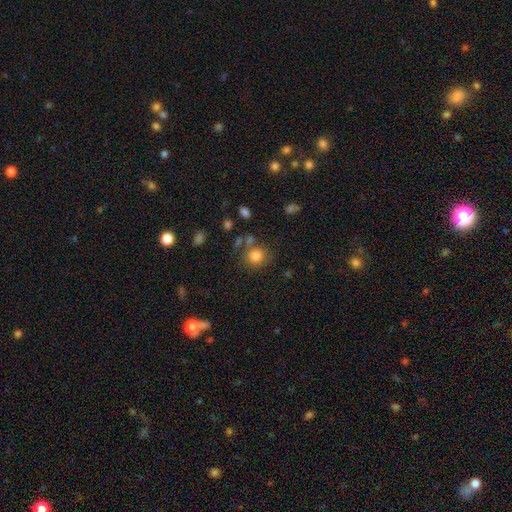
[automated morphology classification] type=smooth (81%); roundness=round (84%); merging=none (72%).